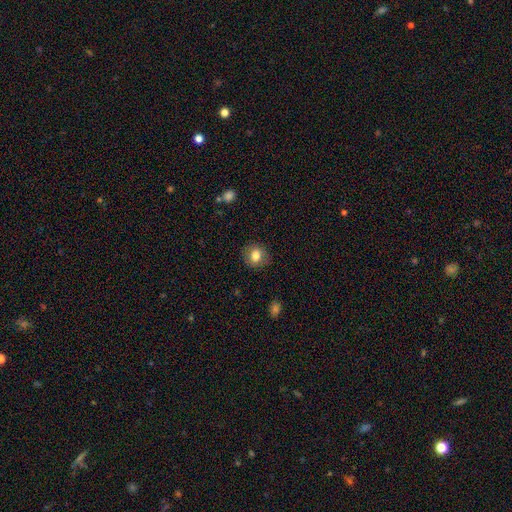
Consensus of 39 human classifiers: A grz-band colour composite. It shows a smooth galaxy with no disk features (90%) that is round (91%). Merging: none (89%).